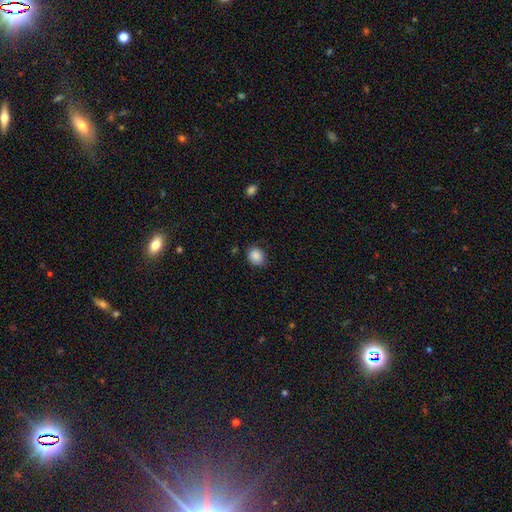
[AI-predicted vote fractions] smooth-or-featured: smooth: 87% | star or artifact: 9% | featured or disk: 4%
  how-rounded: round: 69% | in between: 30% | cigar-shaped: 1%
  merging: none: 79% | minor disturbance: 16% | major disturbance: 3% | merger: 2%